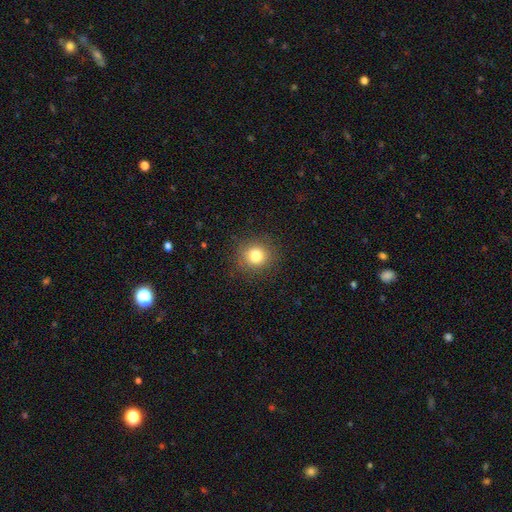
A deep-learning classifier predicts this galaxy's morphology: smooth_or_featured: smooth (p=0.81) [alt: star or artifact p=0.12]
how_rounded: round (p=0.90) [alt: in between p=0.09]
merging: none (p=0.88) [alt: minor disturbance p=0.08]